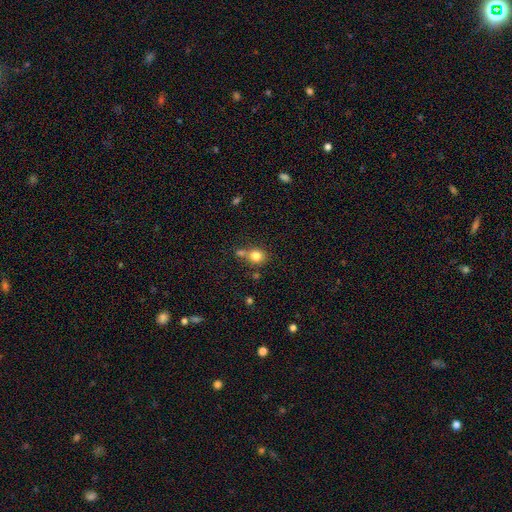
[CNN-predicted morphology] Overall: smooth (80%). How rounded: round (78%). Merging: none (55%; merger 29%).